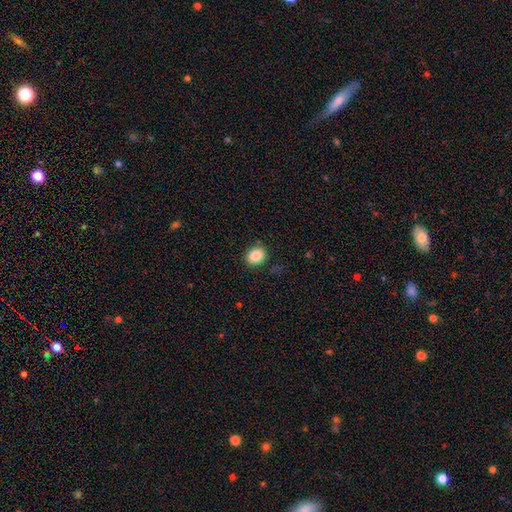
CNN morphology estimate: smooth_or_featured: smooth (p=0.86) [alt: star or artifact p=0.09]
how_rounded: round (p=0.54) [alt: in between p=0.45]
merging: none (p=0.84) [alt: minor disturbance p=0.11]